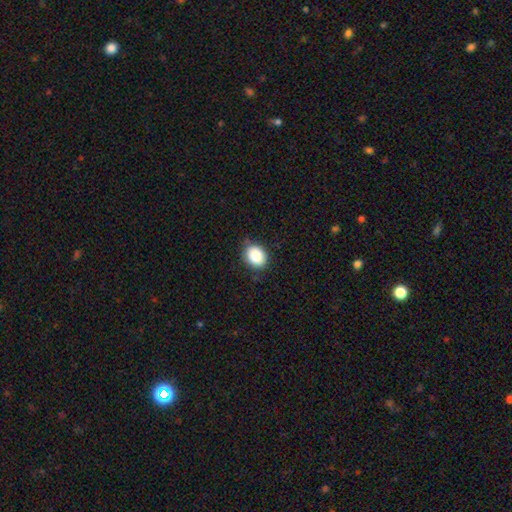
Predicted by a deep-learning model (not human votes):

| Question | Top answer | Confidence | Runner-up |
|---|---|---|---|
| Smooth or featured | smooth | 87% | star or artifact (8%) |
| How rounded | in between | 59% | round (40%) |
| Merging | none | 81% | minor disturbance (14%) |